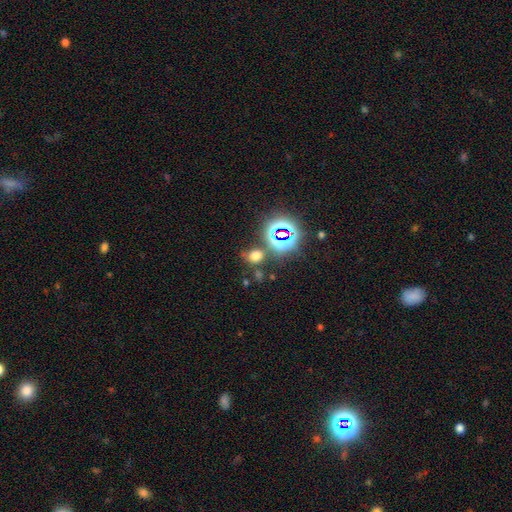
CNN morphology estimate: A smooth galaxy with no disk features (59%) that is round (63%). Merging: none (69%).